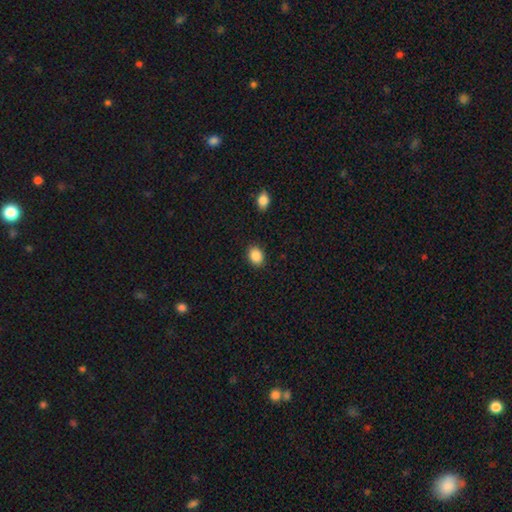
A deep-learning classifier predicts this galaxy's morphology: The model was most divided on "how rounded": in between: 54%, round: 46%, cigar-shaped: 1%. More confident: merging — none (88%); smooth or featured — smooth (88%).